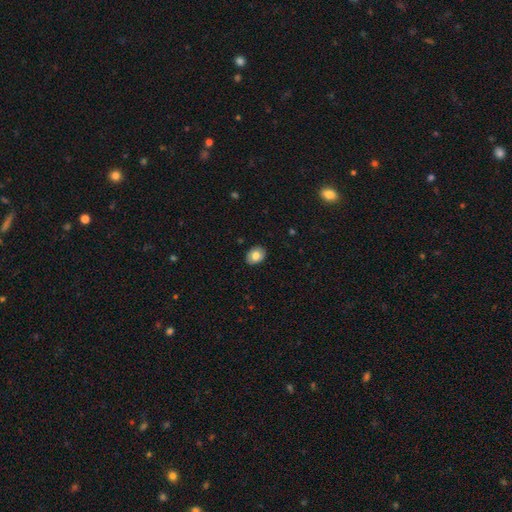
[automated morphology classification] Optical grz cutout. It shows a smooth galaxy with no disk features (79%) that is in between round and cigar-shaped (68%). Merging: none (88%).